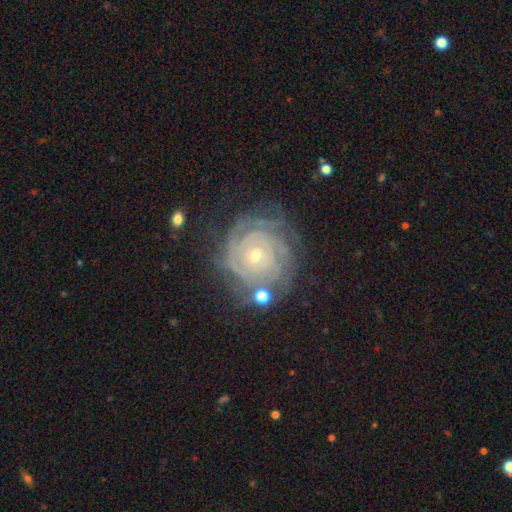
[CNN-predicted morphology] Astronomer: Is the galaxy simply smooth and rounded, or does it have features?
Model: featured or disk — 86%.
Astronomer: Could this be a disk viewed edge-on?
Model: no — 97%.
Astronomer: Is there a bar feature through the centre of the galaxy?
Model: no — 78%.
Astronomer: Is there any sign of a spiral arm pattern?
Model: yes — 97%.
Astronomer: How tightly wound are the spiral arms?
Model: tight — 86%.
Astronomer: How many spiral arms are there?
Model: can't tell — 29% (runner-up: 4, 24%).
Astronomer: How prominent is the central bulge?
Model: small — 72%.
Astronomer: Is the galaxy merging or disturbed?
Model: none — 71%.